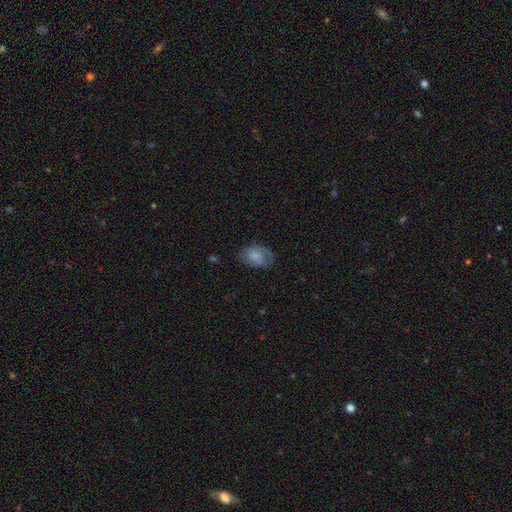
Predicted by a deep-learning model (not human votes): smooth-or-featured: smooth: 70% | featured or disk: 23% | star or artifact: 8%
  how-rounded: in between: 83% | round: 16% | cigar-shaped: 1%
  merging: none: 66% | minor disturbance: 24% | major disturbance: 9% | merger: 1%